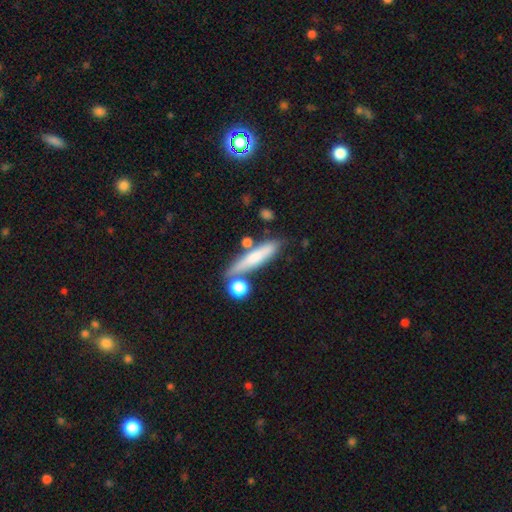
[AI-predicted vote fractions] The model was most divided on "smooth or featured": smooth: 65%, featured or disk: 28%, star or artifact: 7%. More confident: how rounded — cigar-shaped (81%); merging — none (64%).